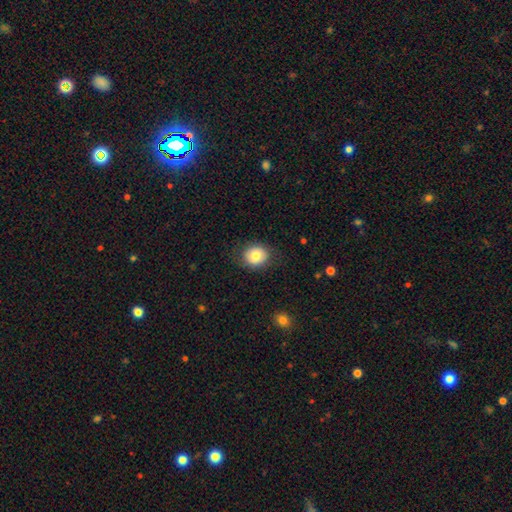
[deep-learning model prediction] This is likely a smooth galaxy (77%). How rounded: likely round (78%). Merging: clearly none (81%).